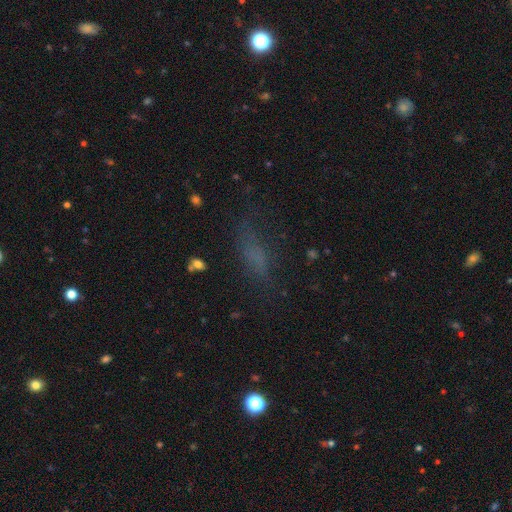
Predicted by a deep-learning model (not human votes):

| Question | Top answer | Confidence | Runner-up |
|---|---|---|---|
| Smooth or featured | smooth | 55% | star or artifact (24%) |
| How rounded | in between | 61% | cigar-shaped (33%) |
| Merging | none | 55% | minor disturbance (22%) |